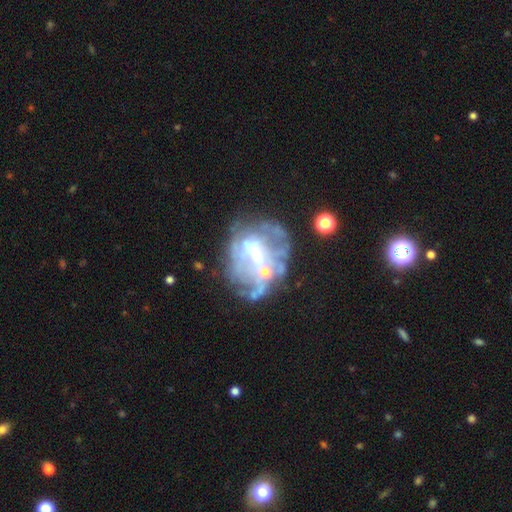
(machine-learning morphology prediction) This is likely a featured or disk galaxy (72%). It is clearly not viewed edge-on (97%). Bar: possibly no (49%). Spiral arm pattern: likely no (60%). Central bulge: marginally moderate (44%). Merging: marginally none (41%).